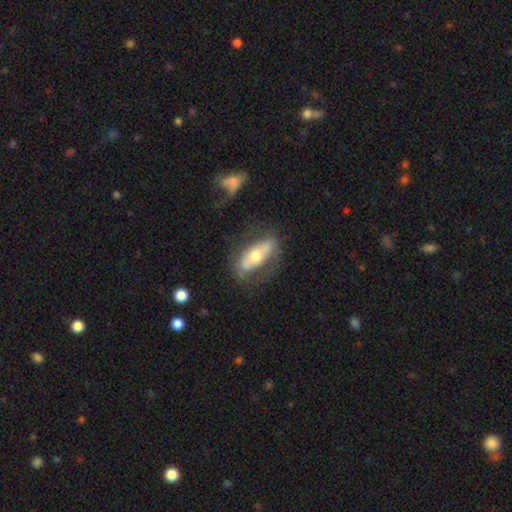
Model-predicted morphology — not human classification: smooth_or_featured: featured or disk (p=0.55) [alt: smooth p=0.39]
disk_edge_on: no (p=0.75) [alt: yes p=0.25]
merging: none (p=0.65) [alt: minor disturbance p=0.18]